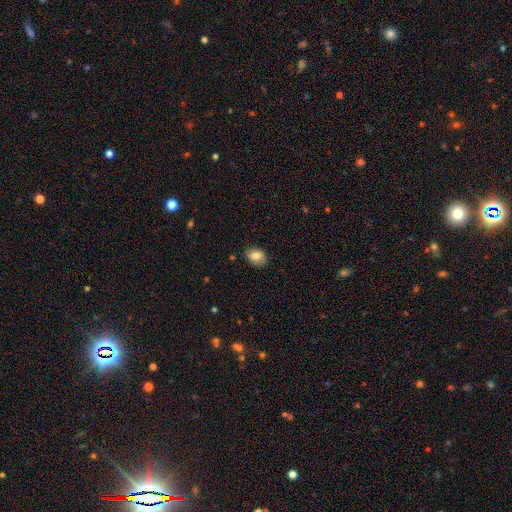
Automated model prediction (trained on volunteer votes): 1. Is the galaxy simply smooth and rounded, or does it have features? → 76% smooth, 16% featured or disk, 8% star or artifact.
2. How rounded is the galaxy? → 70% in between, 29% round, 1% cigar-shaped.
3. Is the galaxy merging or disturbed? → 79% none, 17% minor disturbance, 3% major disturbance, 1% merger.